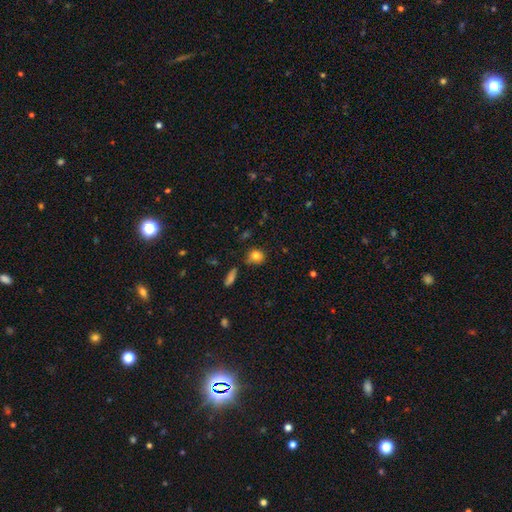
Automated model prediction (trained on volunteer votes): Morphology: type=smooth (81%); roundness=round (70%); merging=none (68%).